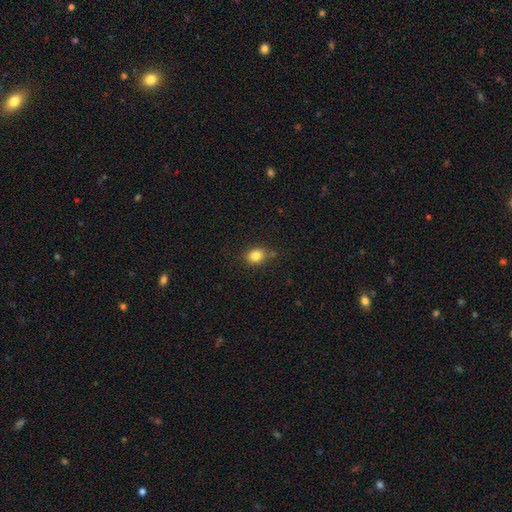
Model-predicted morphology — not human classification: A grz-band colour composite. It shows a smooth galaxy with no disk features (83%) that is round (57%). Merging: none (78%).